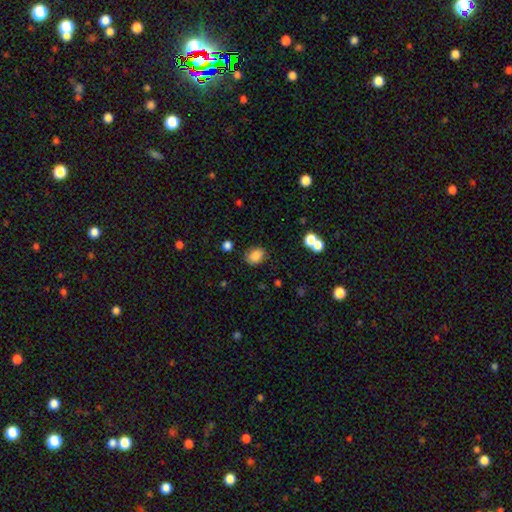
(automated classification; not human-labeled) smooth_or_featured: smooth (p=0.85) [alt: star or artifact p=0.10]
how_rounded: in between (p=0.57) [alt: round p=0.42]
merging: none (p=0.78) [alt: minor disturbance p=0.14]